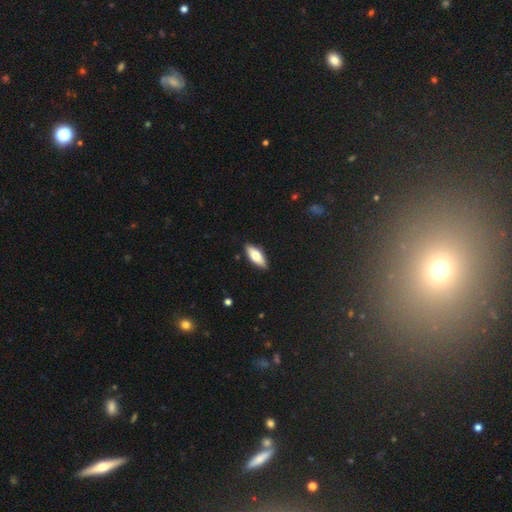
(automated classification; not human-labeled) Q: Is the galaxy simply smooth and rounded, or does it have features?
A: smooth — 68%.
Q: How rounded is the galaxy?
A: in between — 69%.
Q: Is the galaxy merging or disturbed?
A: none — 88%.